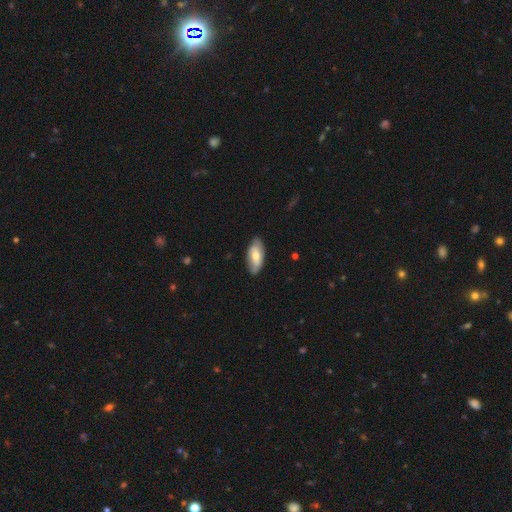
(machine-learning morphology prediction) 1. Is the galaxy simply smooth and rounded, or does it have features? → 61% smooth, 33% featured or disk, 5% star or artifact.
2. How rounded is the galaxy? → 90% in between, 7% cigar-shaped, 2% round.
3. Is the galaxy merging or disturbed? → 81% none, 16% minor disturbance, 3% major disturbance, 1% merger.